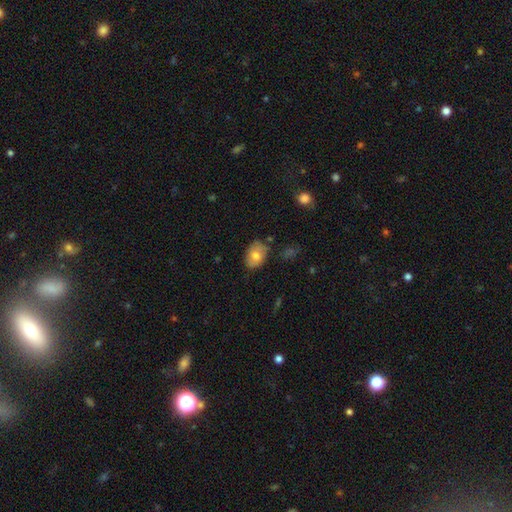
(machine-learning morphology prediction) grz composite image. It shows a smooth galaxy with no disk features (74%) that is in between round and cigar-shaped (81%). Merging: none (73%).